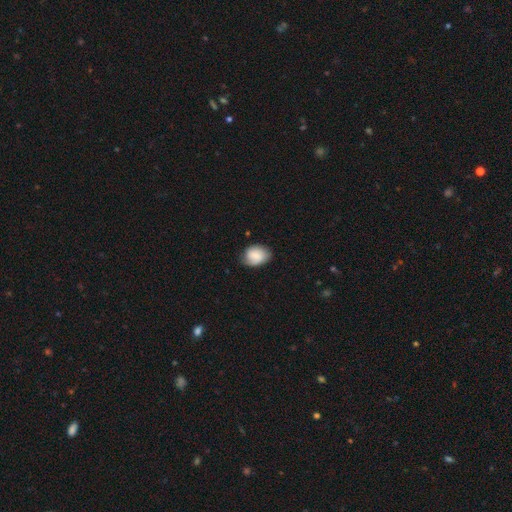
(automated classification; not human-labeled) This appears to be a smooth galaxy with no disk features (69%) that is in between round and cigar-shaped (67%). Merging: none (67%).